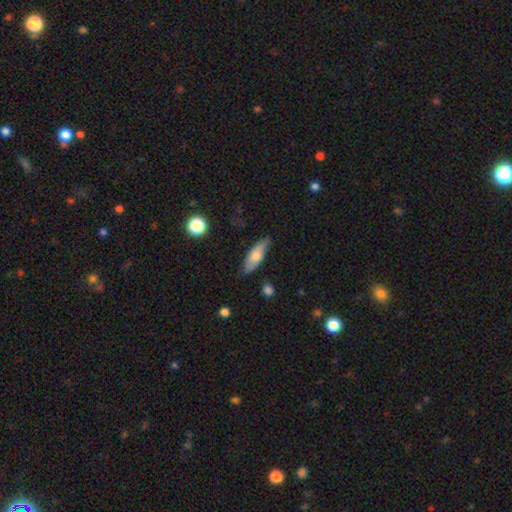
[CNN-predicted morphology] smooth 64%, featured or disk 30%, star or artifact 6%. Down the decision tree: how rounded — in between (59%); merging — none (76%).